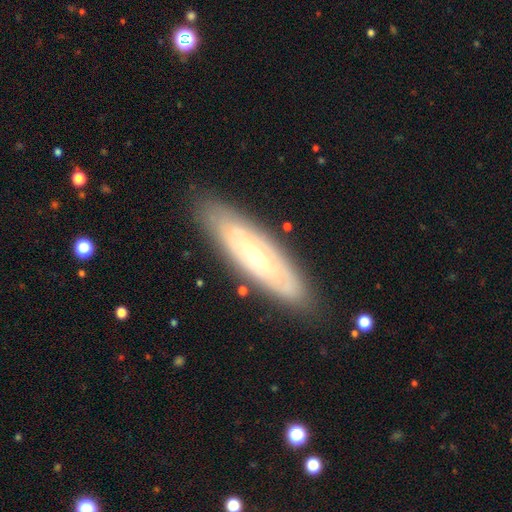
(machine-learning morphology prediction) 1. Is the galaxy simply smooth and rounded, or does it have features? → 62% featured or disk, 31% smooth, 7% star or artifact.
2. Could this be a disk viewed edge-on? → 67% no, 33% yes.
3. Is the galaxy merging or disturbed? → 84% none, 11% minor disturbance, 3% major disturbance, 1% merger.